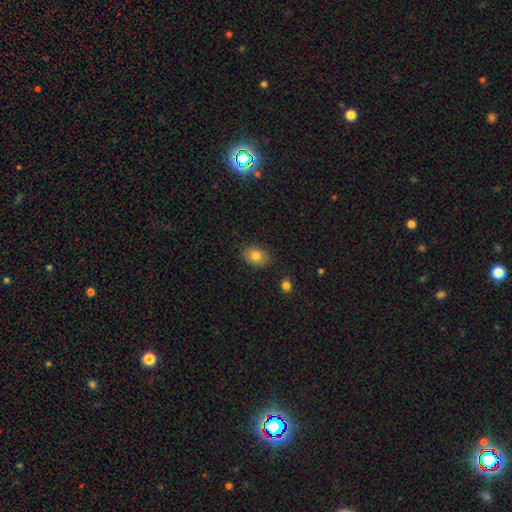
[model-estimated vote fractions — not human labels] Smooth or featured: smooth — 81% (featured or disk — 10%)
How rounded: in between — 69% (round — 29%)
Merging: none — 84% (minor disturbance — 12%)